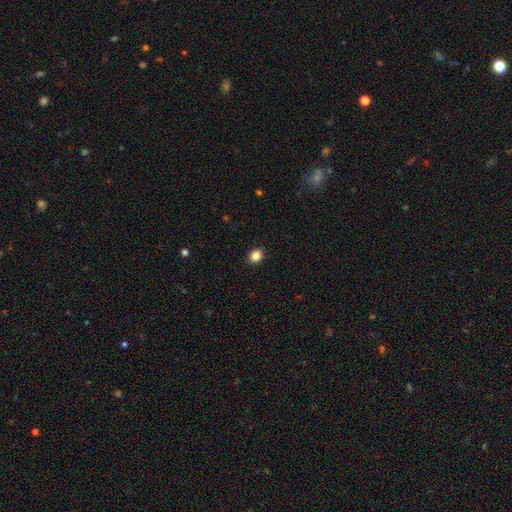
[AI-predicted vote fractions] smooth 85%, star or artifact 11%, featured or disk 4%. Down the decision tree: how rounded — round (63%); merging — none (91%).